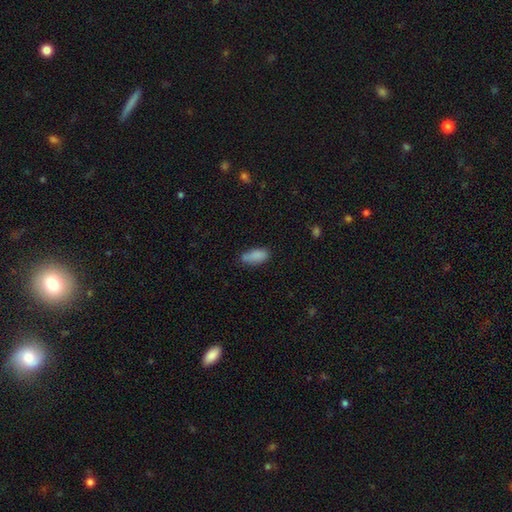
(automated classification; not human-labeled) A smooth galaxy with no disk features (86%) that is in between round and cigar-shaped (86%).

Vote fractions:
- Smooth or featured? smooth: 86% / star or artifact: 8% / featured or disk: 6%
- How rounded? in between: 86% / cigar-shaped: 11% / round: 3%
- Merging? none: 65% / minor disturbance: 26% / major disturbance: 5% / merger: 4%